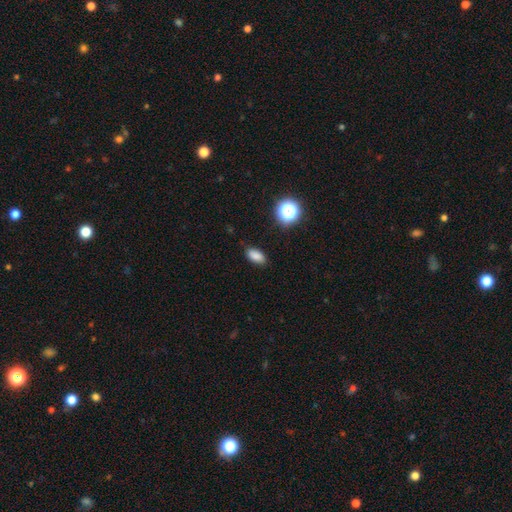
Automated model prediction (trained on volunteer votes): The model was most divided on "smooth or featured": smooth: 83%, star or artifact: 12%, featured or disk: 5%. More confident: how rounded — in between (88%); merging — none (86%).